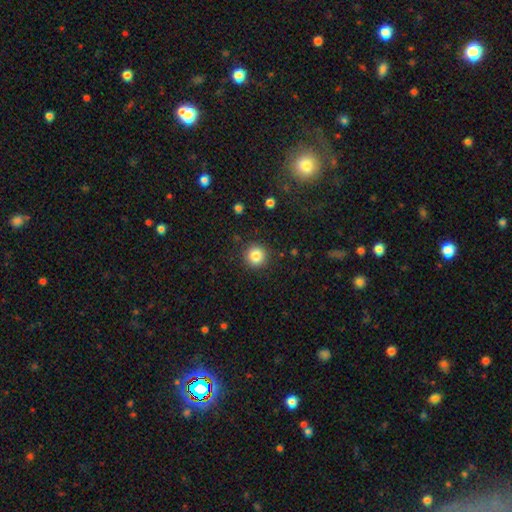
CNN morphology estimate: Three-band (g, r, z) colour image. It shows a smooth galaxy with no disk features (85%) that is round (94%). Merging: none (90%).